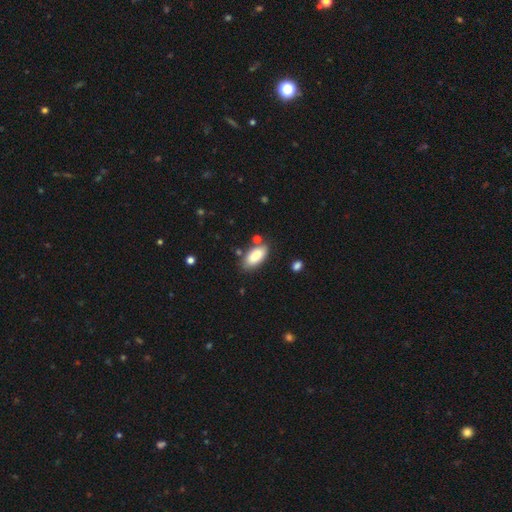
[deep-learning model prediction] This appears to be a smooth galaxy with no disk features (86%) that is in between round and cigar-shaped (89%). Merging: none (80%).